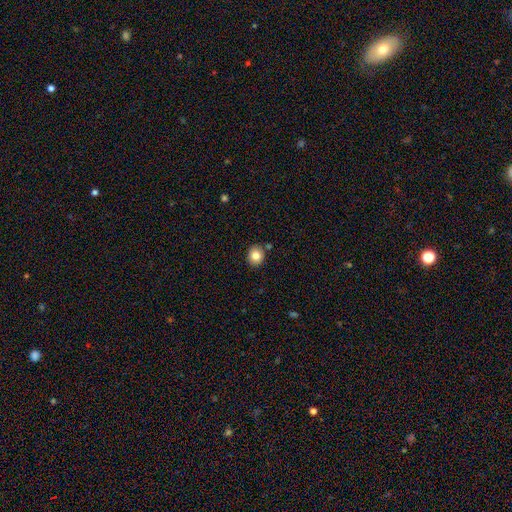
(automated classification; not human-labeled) This is clearly a smooth galaxy (82%). How rounded: likely round (72%). Merging: clearly none (85%).